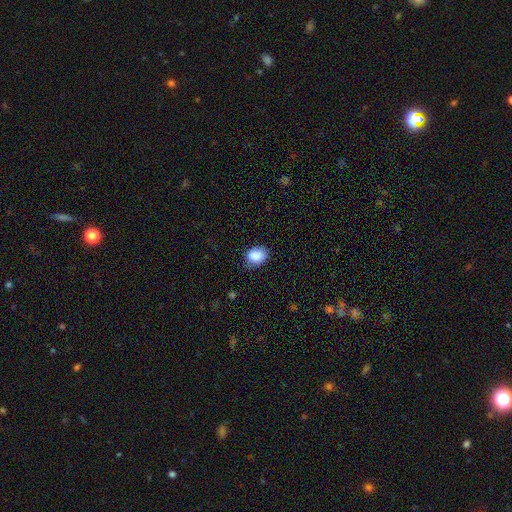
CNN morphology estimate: This appears to be a smooth galaxy with no disk features (88%) that is in between round and cigar-shaped (63%). Merging: none (73%).